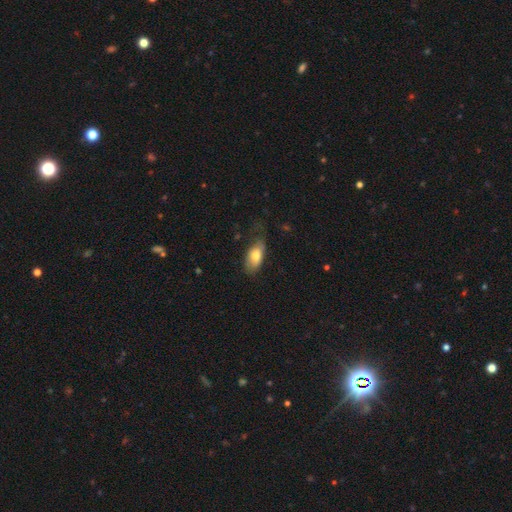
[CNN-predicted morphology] Q: Smooth or featured?
A: smooth (72%); runner-up: featured or disk (21%)
Q: How rounded?
A: in between (89%); runner-up: cigar-shaped (8%)
Q: Merging?
A: none (54%); runner-up: minor disturbance (30%)